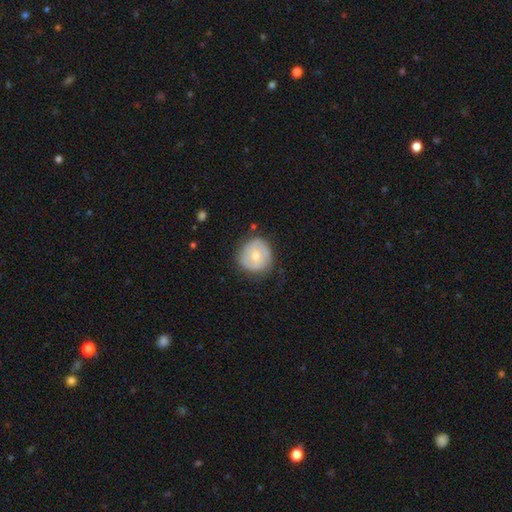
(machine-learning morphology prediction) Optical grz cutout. It shows a smooth galaxy with no disk features (50%) that is round (89%). Merging: none (74%).